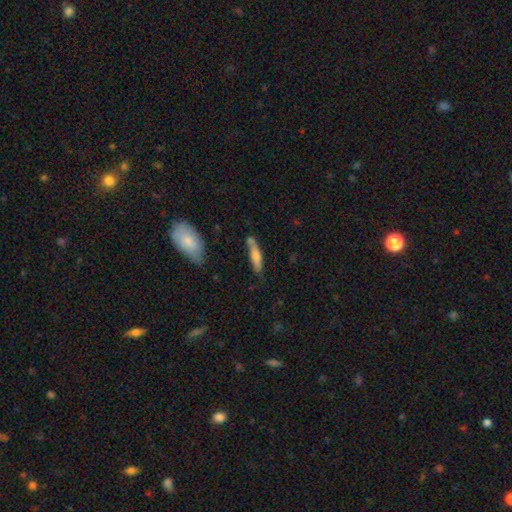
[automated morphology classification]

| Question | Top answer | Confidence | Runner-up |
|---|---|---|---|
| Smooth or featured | smooth | 58% | featured or disk (35%) |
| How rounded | cigar-shaped | 74% | in between (23%) |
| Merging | none | 68% | minor disturbance (20%) |